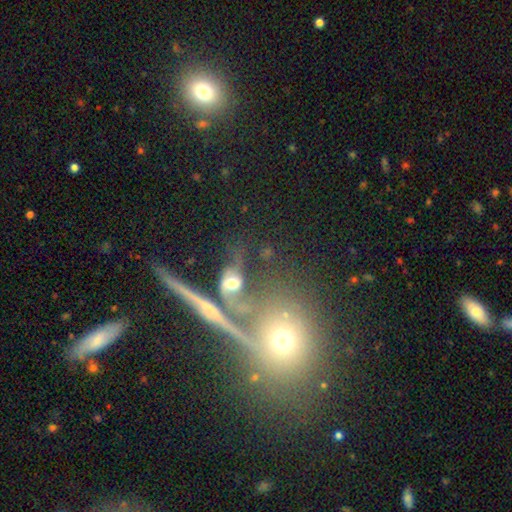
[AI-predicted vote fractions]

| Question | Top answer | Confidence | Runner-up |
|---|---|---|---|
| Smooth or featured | featured or disk | 34% | smooth (33%) |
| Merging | none | 70% | merger (14%) |